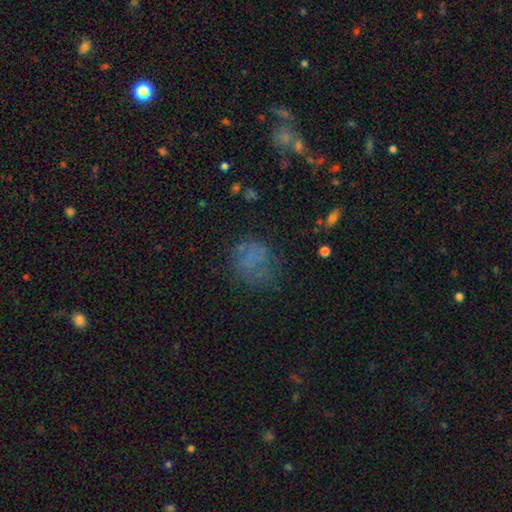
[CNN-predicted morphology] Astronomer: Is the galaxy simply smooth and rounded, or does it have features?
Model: smooth — 49% (runner-up: featured or disk, 28%).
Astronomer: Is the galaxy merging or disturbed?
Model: none — 53%.